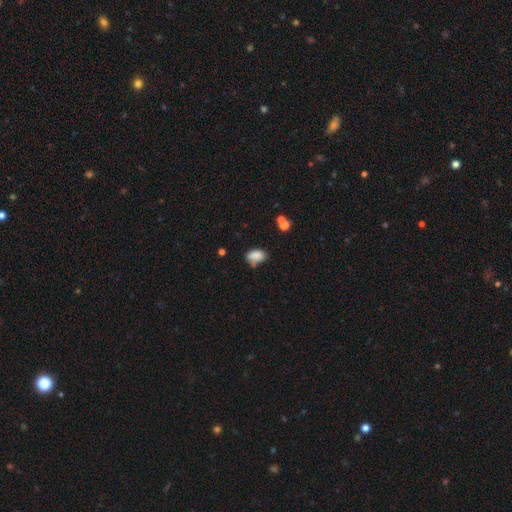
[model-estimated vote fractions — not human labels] Smooth or featured? smooth (83%)
How rounded? in between (86%)
Merging? none (53%)